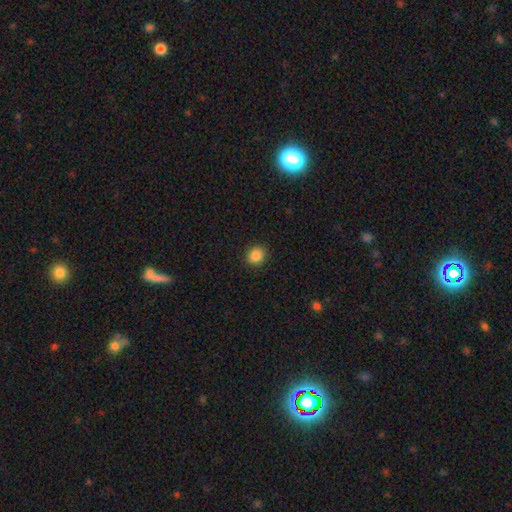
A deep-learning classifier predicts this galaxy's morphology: Smooth or featured: smooth — 86% (star or artifact — 10%)
How rounded: round — 83% (in between — 16%)
Merging: none — 91% (minor disturbance — 6%)